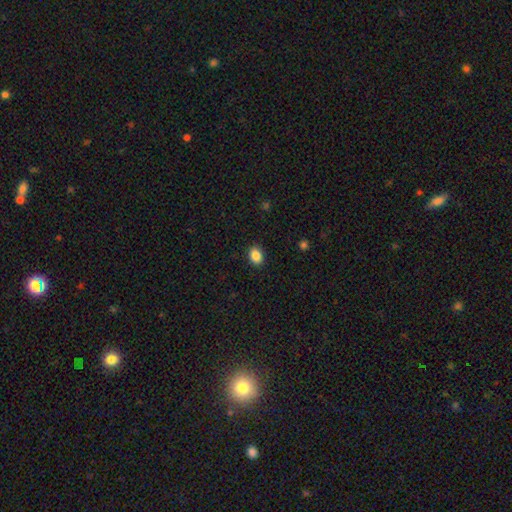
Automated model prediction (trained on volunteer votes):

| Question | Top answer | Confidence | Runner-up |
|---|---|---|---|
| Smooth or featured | smooth | 87% | star or artifact (9%) |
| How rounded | in between | 70% | round (29%) |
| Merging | none | 90% | minor disturbance (7%) |